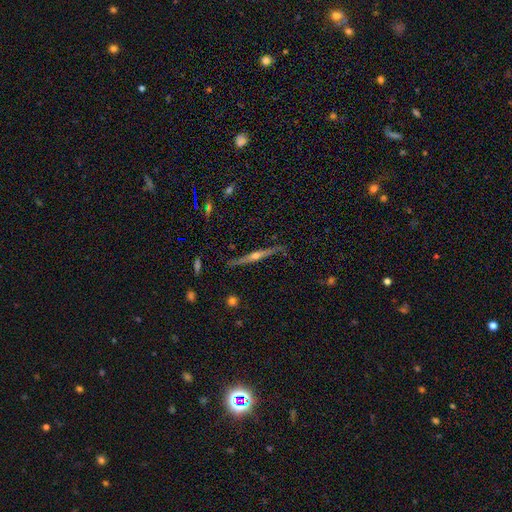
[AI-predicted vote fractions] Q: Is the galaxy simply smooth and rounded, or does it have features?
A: featured or disk — 81%.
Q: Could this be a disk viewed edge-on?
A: yes — 97%.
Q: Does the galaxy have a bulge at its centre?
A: rounded — 91%.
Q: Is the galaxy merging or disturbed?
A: none — 84%.